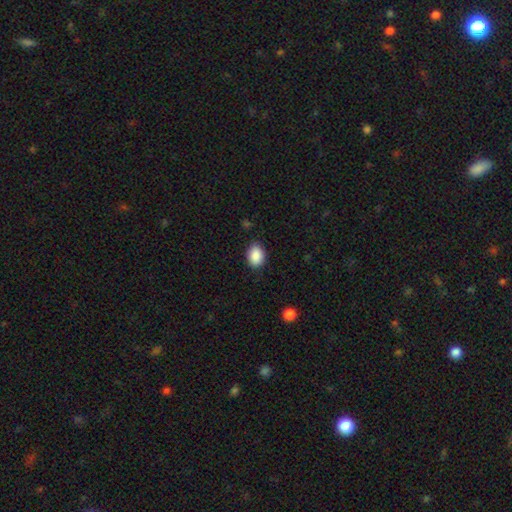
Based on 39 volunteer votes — Morphology: type=smooth (95%); roundness=in between (65%); merging=none (81%).